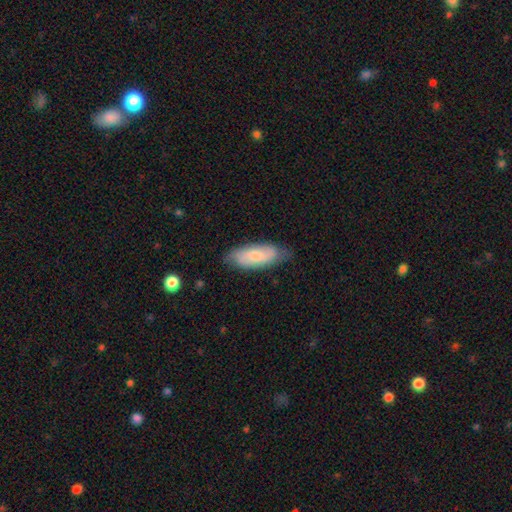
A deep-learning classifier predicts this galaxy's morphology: smooth_or_featured: smooth (p=0.64) [alt: featured or disk p=0.30]
how_rounded: in between (p=0.76) [alt: cigar-shaped p=0.22]
merging: none (p=0.73) [alt: minor disturbance p=0.22]